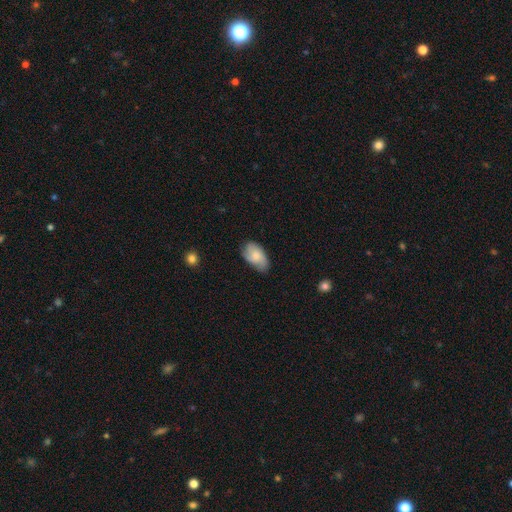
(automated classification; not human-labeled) The model was most divided on "merging": none: 64%, minor disturbance: 29%, major disturbance: 6%, merger: 1%. More confident: how rounded — in between (93%); smooth or featured — smooth (69%).